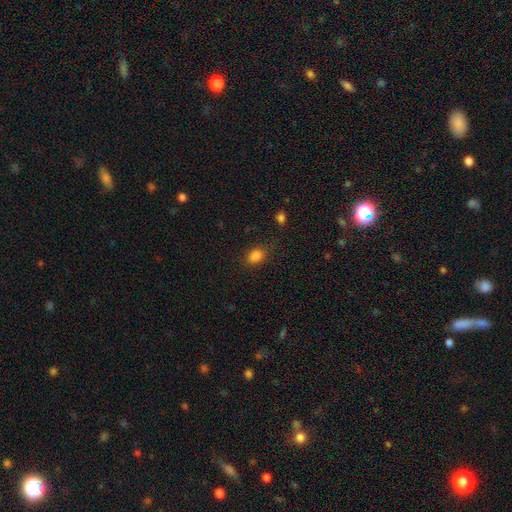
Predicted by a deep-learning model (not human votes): Smooth or featured?
  - smooth: 84% *
  - star or artifact: 12%
  - featured or disk: 5%
How rounded?
  - in between: 72% *
  - round: 26%
  - cigar-shaped: 2%
Merging?
  - none: 77% *
  - minor disturbance: 16%
  - major disturbance: 5%
  - merger: 2%